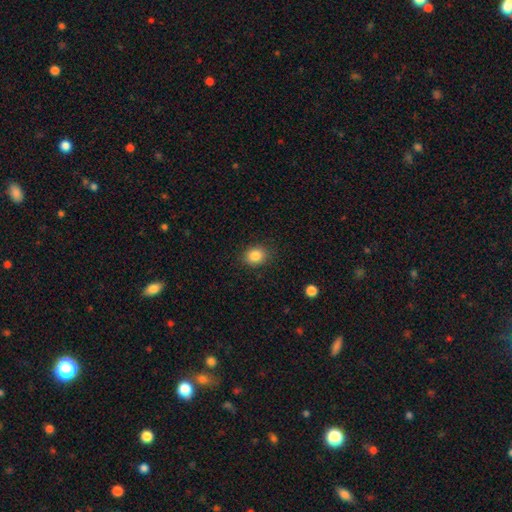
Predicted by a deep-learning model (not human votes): Q: Smooth or featured?
A: smooth (85%); runner-up: star or artifact (10%)
Q: How rounded?
A: round (57%); runner-up: in between (42%)
Q: Merging?
A: none (87%); runner-up: minor disturbance (10%)